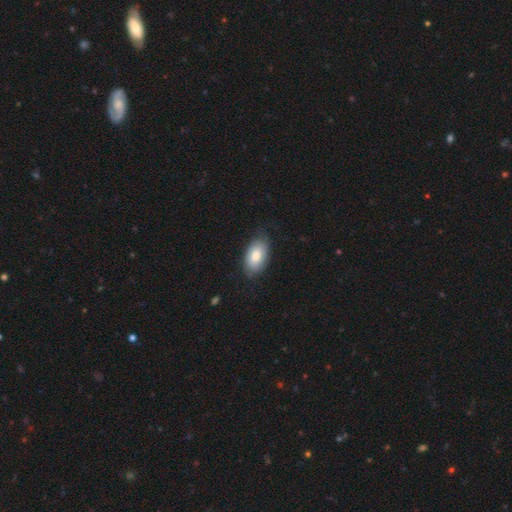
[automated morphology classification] Overall: smooth (78%). How rounded: in between (94%). Merging: none (76%).